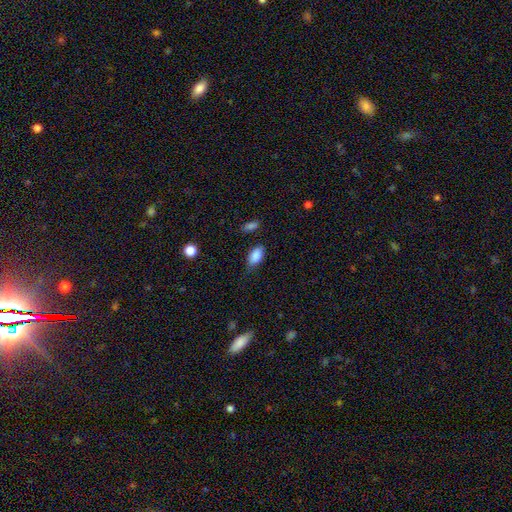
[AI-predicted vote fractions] Smooth or featured?
  - smooth: 88% *
  - star or artifact: 8%
  - featured or disk: 5%
How rounded?
  - in between: 92% *
  - round: 5%
  - cigar-shaped: 4%
Merging?
  - none: 72% *
  - minor disturbance: 21%
  - major disturbance: 4%
  - merger: 2%